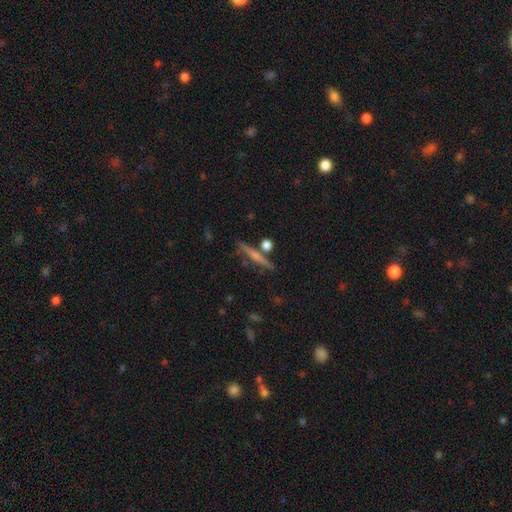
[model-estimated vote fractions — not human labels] smooth_or_featured: featured or disk (p=0.52) [alt: smooth p=0.40]
disk_edge_on: yes (p=0.96) [alt: no p=0.04]
merging: none (p=0.79) [alt: minor disturbance p=0.09]